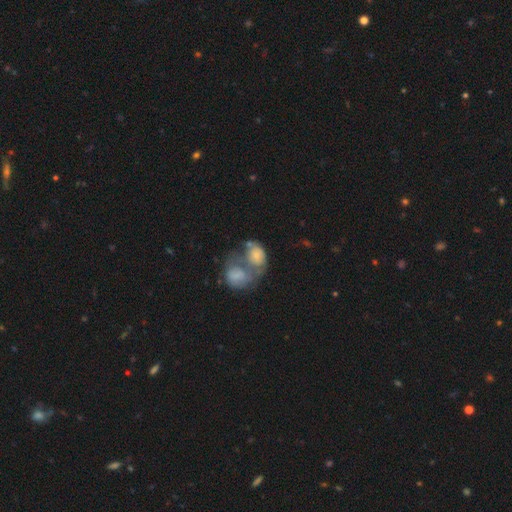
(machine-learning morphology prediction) Smooth or featured? Predicted: smooth (p=0.60). How rounded? Predicted: in between (p=0.64). Merging? Predicted: merger (p=0.67).